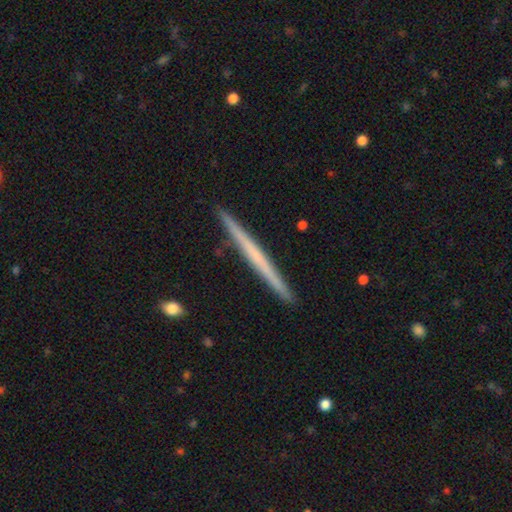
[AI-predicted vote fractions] smooth_or_featured: featured or disk (p=0.54) [alt: smooth p=0.41]
disk_edge_on: yes (p=0.98) [alt: no p=0.02]
edge_on_bulge: none (p=0.88) [alt: rounded p=0.08]
merging: none (p=0.93) [alt: minor disturbance p=0.05]